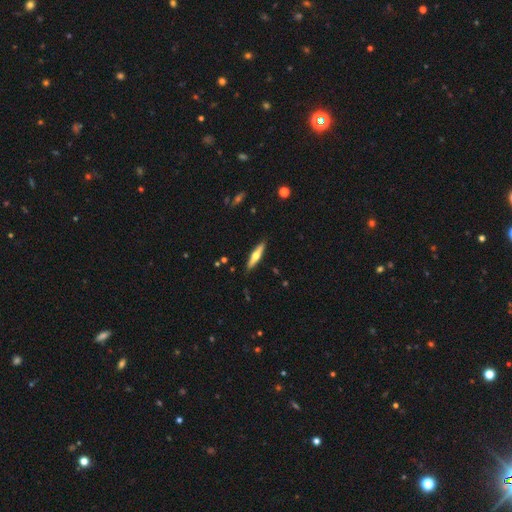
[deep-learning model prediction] This is possibly a featured or disk galaxy (51%). It is clearly viewed edge-on (93%). Merging: clearly none (90%).